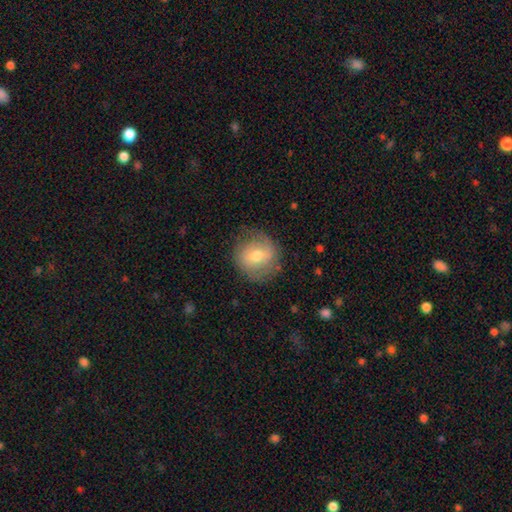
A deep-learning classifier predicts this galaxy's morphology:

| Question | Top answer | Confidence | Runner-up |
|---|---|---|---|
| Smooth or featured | smooth | 56% | featured or disk (36%) |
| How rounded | round | 87% | in between (12%) |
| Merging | none | 76% | minor disturbance (17%) |